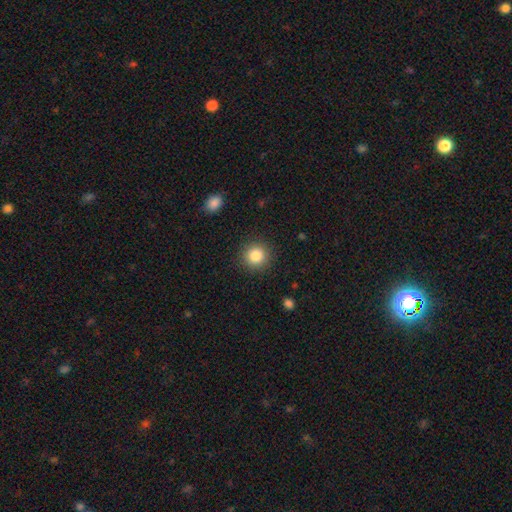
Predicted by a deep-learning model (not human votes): smooth_or_featured: smooth (p=0.85) [alt: star or artifact p=0.10]
how_rounded: round (p=0.93) [alt: in between p=0.06]
merging: none (p=0.90) [alt: minor disturbance p=0.06]